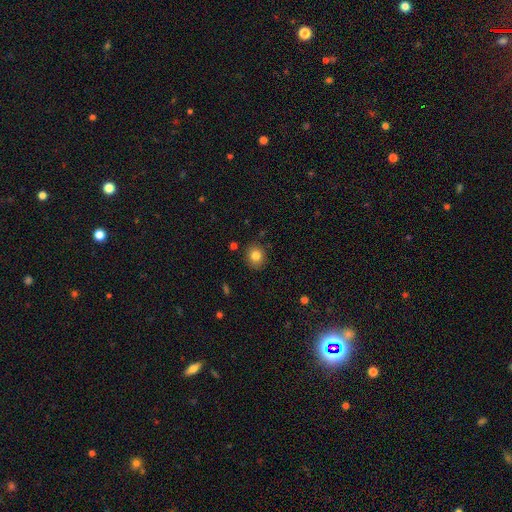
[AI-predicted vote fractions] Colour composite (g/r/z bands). It shows a smooth galaxy with no disk features (82%) that is round (78%). Merging: none (87%).